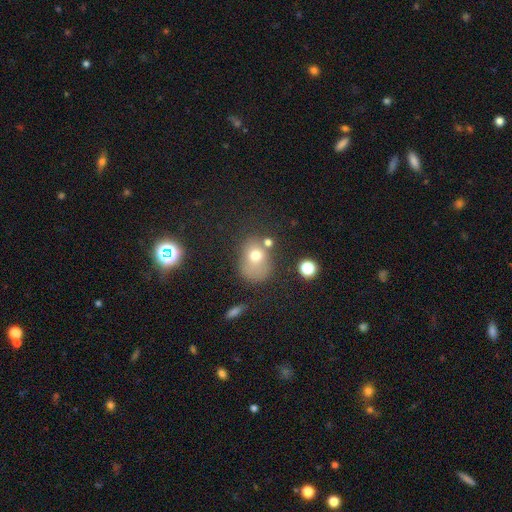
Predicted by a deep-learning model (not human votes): Overall: smooth (70%). How rounded: in between (52%; round 47%). Merging: none (43%; minor disturbance 24%).